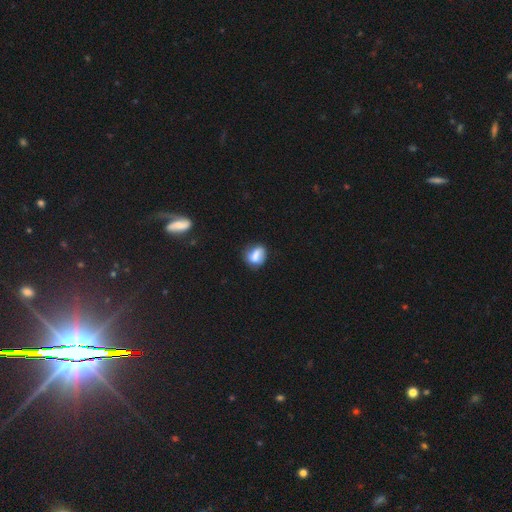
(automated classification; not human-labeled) A smooth galaxy with no disk features (72%) that is in between round and cigar-shaped (50%). Merging: none (57%).